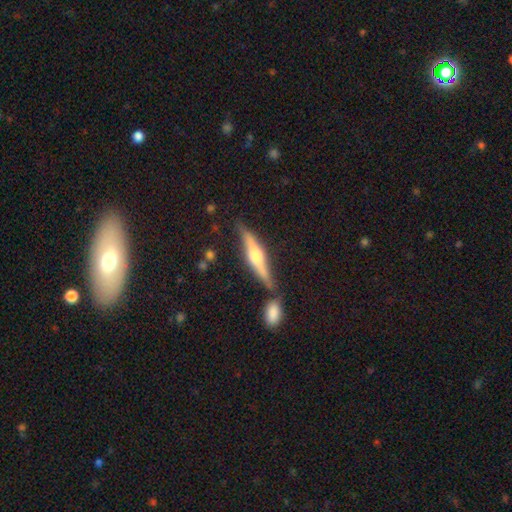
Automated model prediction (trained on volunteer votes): Smooth or featured? Predicted: featured or disk (p=0.67). Edge-on disk? Predicted: yes (p=0.96). Edge-on bulge? Predicted: rounded (p=0.91). Merging? Predicted: none (p=0.73).